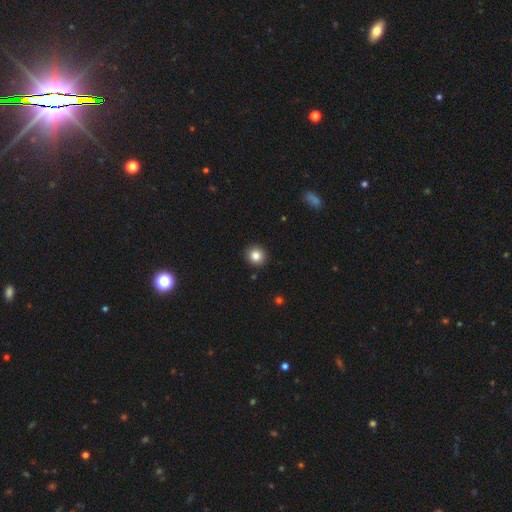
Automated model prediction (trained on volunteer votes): This is clearly a smooth galaxy (84%). How rounded: clearly round (92%). Merging: clearly none (93%).